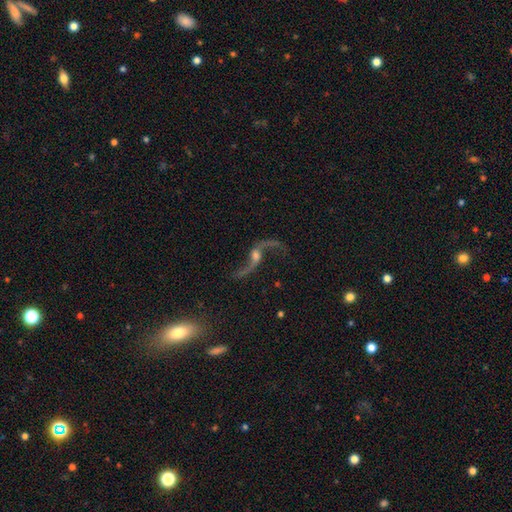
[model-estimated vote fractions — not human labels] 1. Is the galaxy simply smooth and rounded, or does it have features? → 89% featured or disk, 7% star or artifact, 5% smooth.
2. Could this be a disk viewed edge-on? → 92% no, 8% yes.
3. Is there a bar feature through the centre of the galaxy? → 53% no, 33% weak, 14% strong.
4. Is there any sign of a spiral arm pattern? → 96% yes, 4% no.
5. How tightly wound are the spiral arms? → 95% loose, 4% medium, 2% tight.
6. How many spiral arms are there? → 94% 2, 2% 1, 1% can't tell, 1% 3, 1% 4, 1% more than 4.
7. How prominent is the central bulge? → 48% moderate, 31% small, 11% large, 8% none, 3% dominant.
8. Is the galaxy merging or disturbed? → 69% none, 14% minor disturbance, 13% major disturbance, 4% merger.